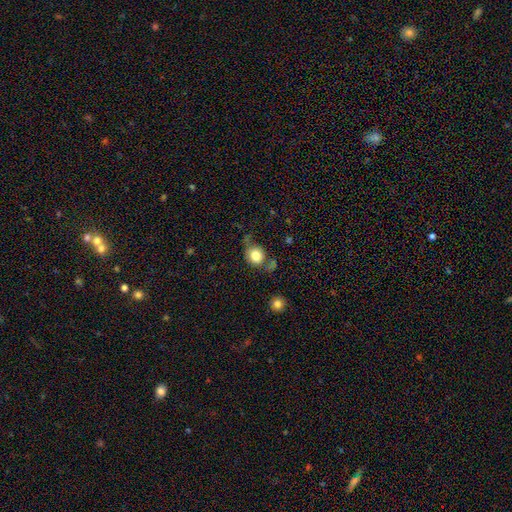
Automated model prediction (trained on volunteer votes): Smooth or featured? smooth (81%)
How rounded? round (72%)
Merging? none (58%)